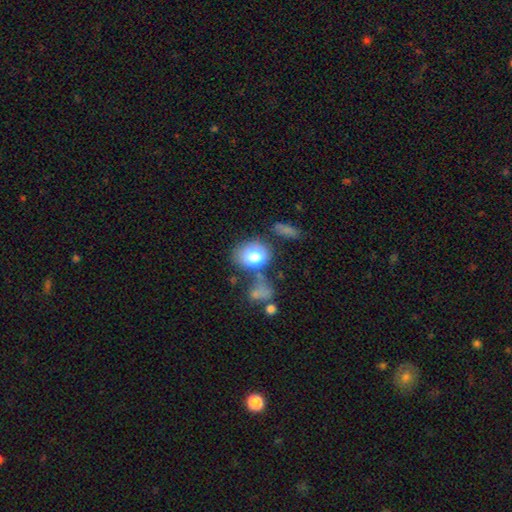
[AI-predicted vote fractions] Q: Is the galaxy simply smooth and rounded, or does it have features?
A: smooth — 77%.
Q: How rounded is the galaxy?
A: in between — 54%.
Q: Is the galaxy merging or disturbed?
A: none — 48%.